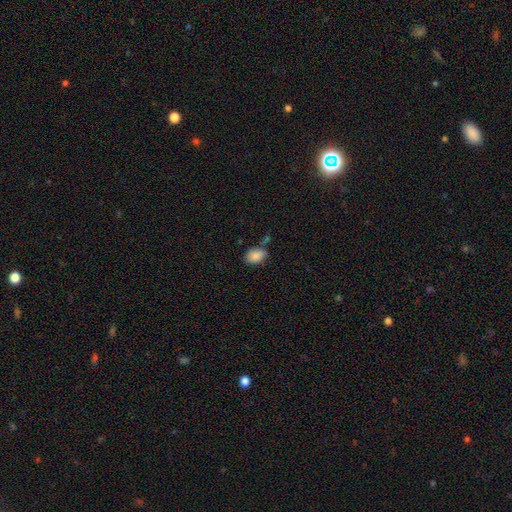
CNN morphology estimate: Smooth or featured? Predicted: smooth (p=0.87). How rounded? Predicted: in between (p=0.79). Merging? Predicted: none (p=0.60).